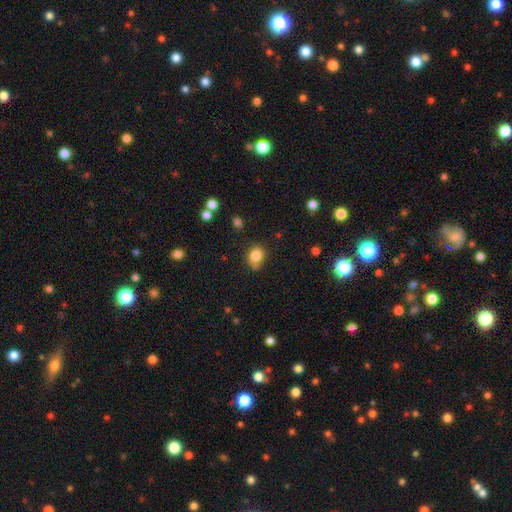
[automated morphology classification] This is clearly a smooth galaxy (82%). How rounded: possibly round (59%). Merging: likely none (61%).